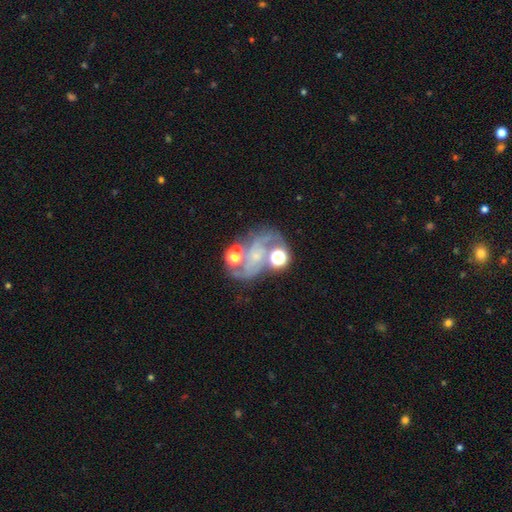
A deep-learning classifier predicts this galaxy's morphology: type=featured or disk (69%); edge-on=no (97%); bar=no (59%); spiral arms=yes (85%); winding=medium (48%); arm count=2 (71%); bulge=small (58%); merging=none (49%).